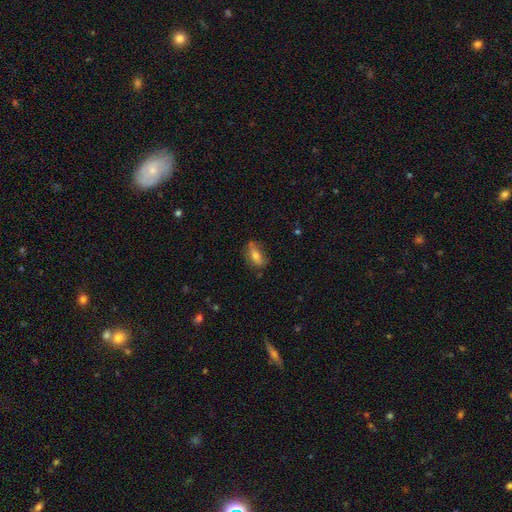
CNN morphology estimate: Smooth or featured? Predicted: smooth (p=0.59). How rounded? Predicted: in between (p=0.72). Merging? Predicted: none (p=0.69).